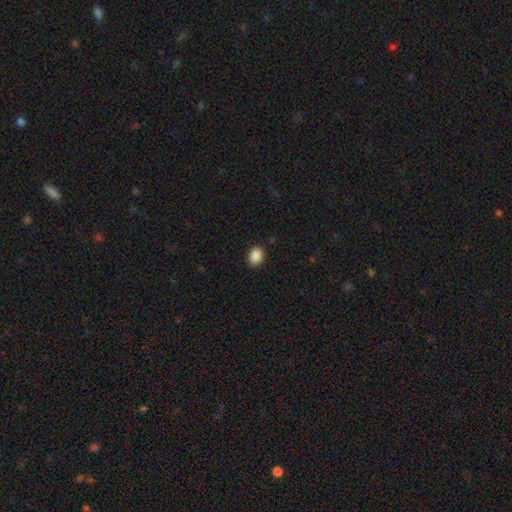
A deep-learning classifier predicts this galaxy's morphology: Smooth or featured? Predicted: smooth (p=0.89). How rounded? Predicted: in between (p=0.67). Merging? Predicted: none (p=0.89).